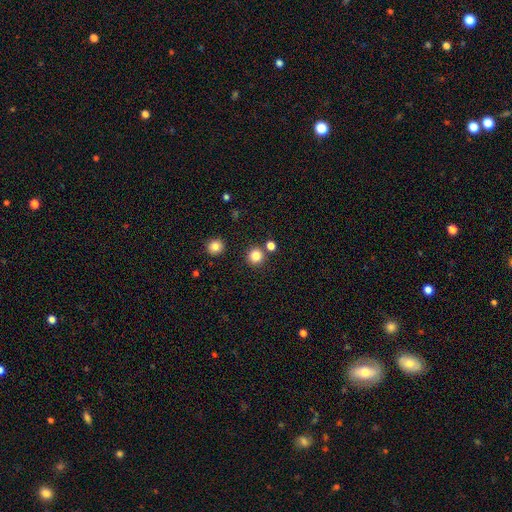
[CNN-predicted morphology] Smooth or featured? Predicted: smooth (p=0.83). How rounded? Predicted: round (p=0.94). Merging? Predicted: none (p=0.85).